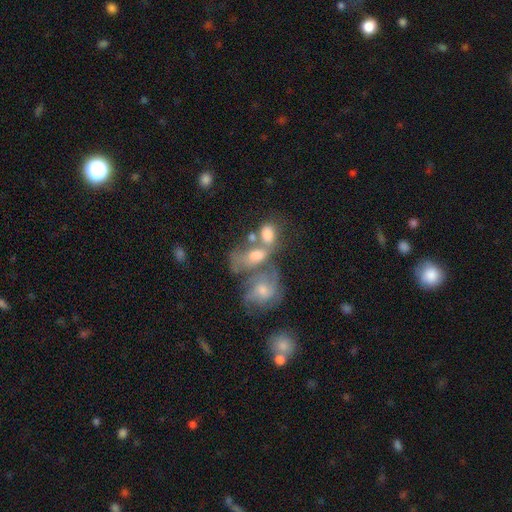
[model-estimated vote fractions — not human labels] The model was most divided on "smooth or featured": smooth: 50%, featured or disk: 38%, star or artifact: 12%. More confident: how rounded — in between (76%); merging — merger (61%).